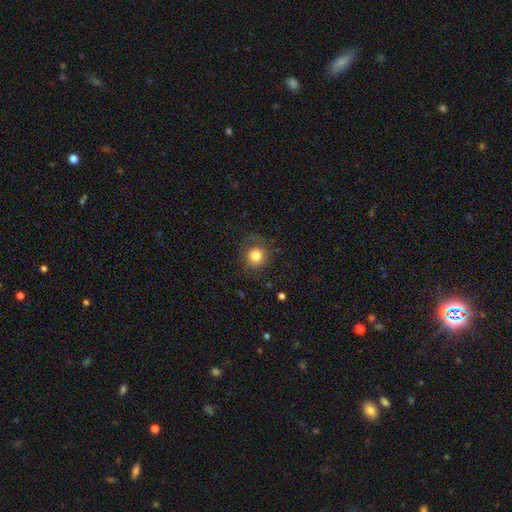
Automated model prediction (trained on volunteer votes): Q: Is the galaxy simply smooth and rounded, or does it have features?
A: smooth — 80%.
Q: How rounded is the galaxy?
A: round — 90%.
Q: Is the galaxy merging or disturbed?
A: none — 78%.